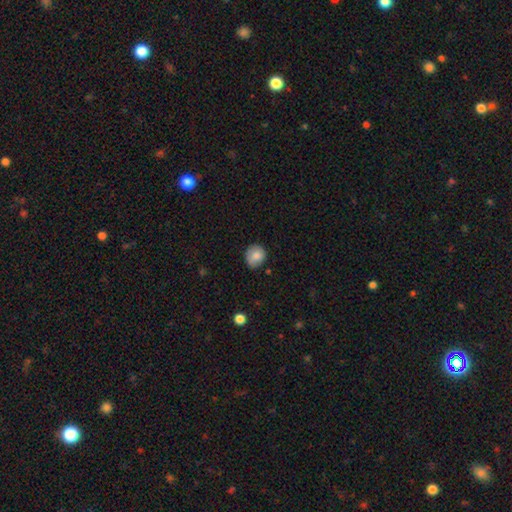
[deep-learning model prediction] Q: Smooth or featured?
A: smooth (82%); runner-up: featured or disk (10%)
Q: How rounded?
A: round (78%); runner-up: in between (21%)
Q: Merging?
A: none (70%); runner-up: minor disturbance (24%)